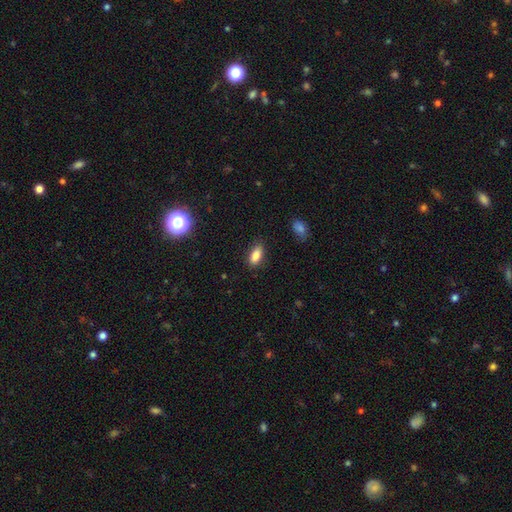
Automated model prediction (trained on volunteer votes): A smooth galaxy with no disk features (85%) that is in between round and cigar-shaped (85%).

Vote fractions:
- Smooth or featured? smooth: 85% / star or artifact: 9% / featured or disk: 6%
- How rounded? in between: 85% / cigar-shaped: 11% / round: 4%
- Merging? none: 81% / minor disturbance: 15% / major disturbance: 3% / merger: 1%